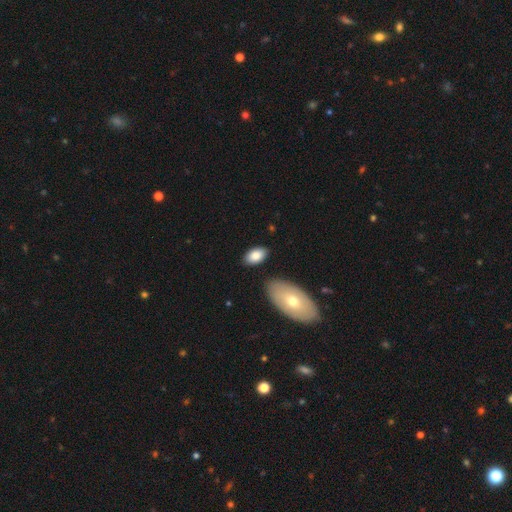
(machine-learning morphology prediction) A smooth galaxy with no disk features (83%) that is in between round and cigar-shaped (94%). Merging: none (82%).